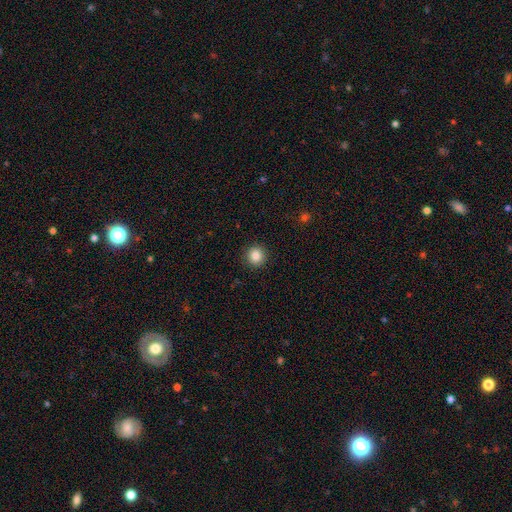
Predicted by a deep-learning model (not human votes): Q: Smooth or featured?
A: smooth (86%); runner-up: star or artifact (10%)
Q: How rounded?
A: round (93%); runner-up: in between (6%)
Q: Merging?
A: none (92%); runner-up: minor disturbance (5%)